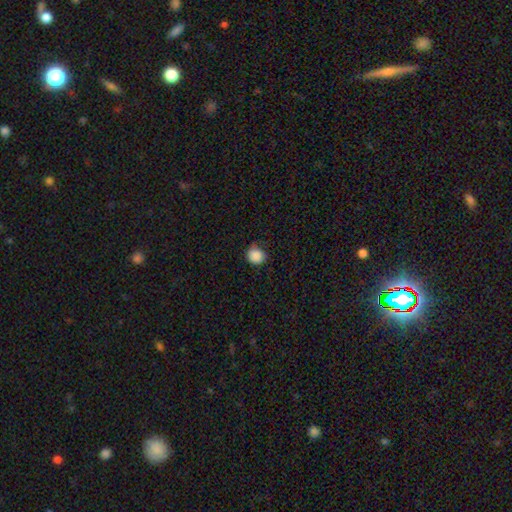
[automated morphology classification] A smooth galaxy with no disk features (88%) that is round (87%). Merging: none (74%).